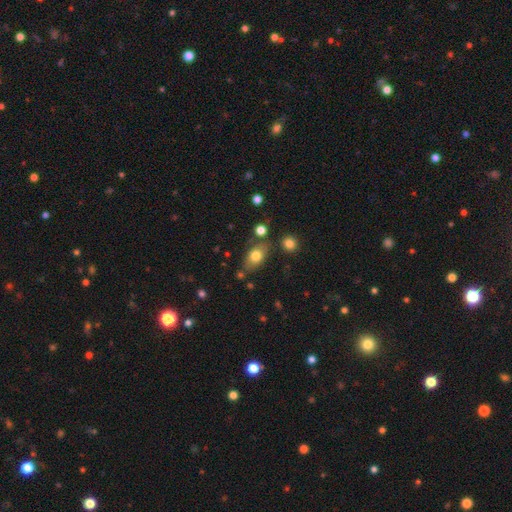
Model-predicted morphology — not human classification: Overall: smooth (76%). How rounded: in between (80%). Merging: none (73%).